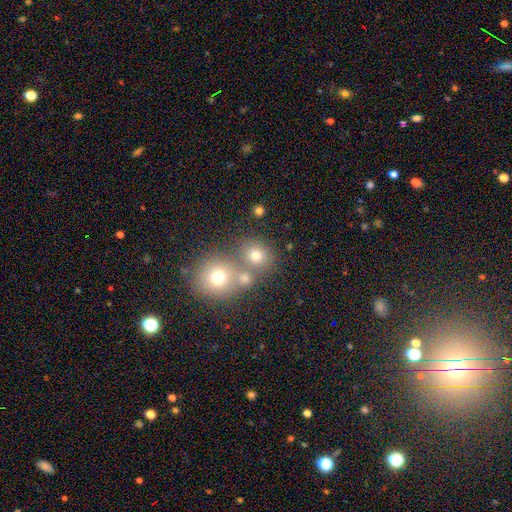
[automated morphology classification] This appears to be a smooth galaxy with no disk features (73%) that is round (84%). Merging: none (56%).